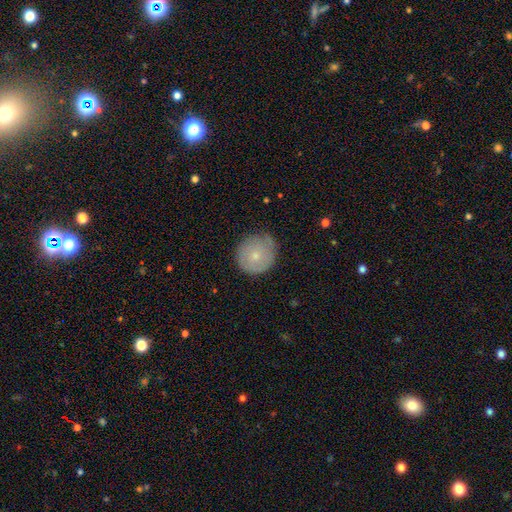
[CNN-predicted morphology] This is likely a smooth galaxy (64%). How rounded: clearly round (93%). Merging: likely none (72%).